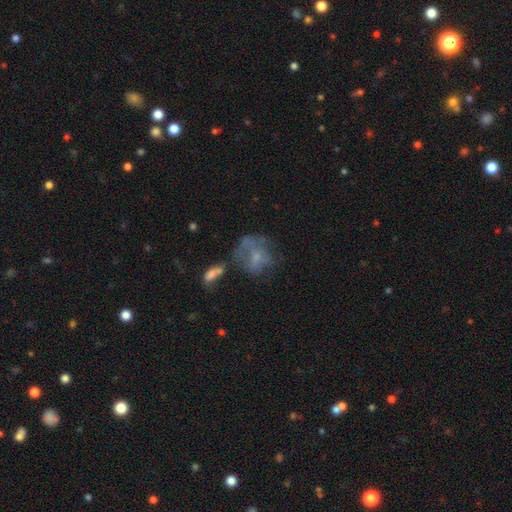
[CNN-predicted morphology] Q: Smooth or featured?
A: smooth (45%); runner-up: featured or disk (42%)
Q: Merging?
A: none (37%); runner-up: major disturbance (28%)